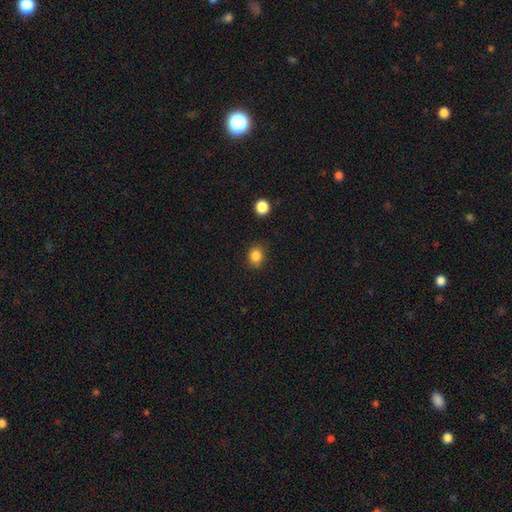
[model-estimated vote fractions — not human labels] smooth-or-featured: smooth: 84% | star or artifact: 11% | featured or disk: 4%
  how-rounded: round: 65% | in between: 34% | cigar-shaped: 1%
  merging: none: 83% | minor disturbance: 12% | major disturbance: 3% | merger: 2%